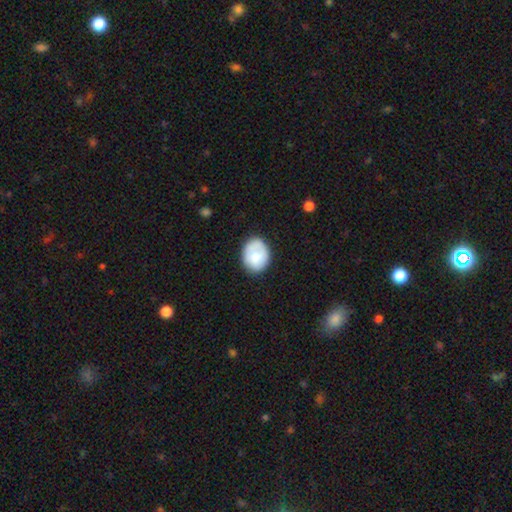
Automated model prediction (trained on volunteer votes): Smooth or featured: smooth — 79% (featured or disk — 15%)
How rounded: in between — 61% (round — 39%)
Merging: none — 70% (minor disturbance — 22%)